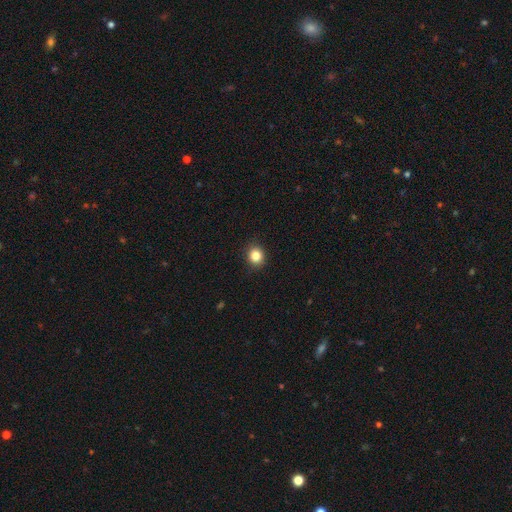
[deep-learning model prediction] The model was most divided on "how rounded": round: 80%, in between: 19%, cigar-shaped: 1%. More confident: merging — none (90%); smooth or featured — smooth (84%).